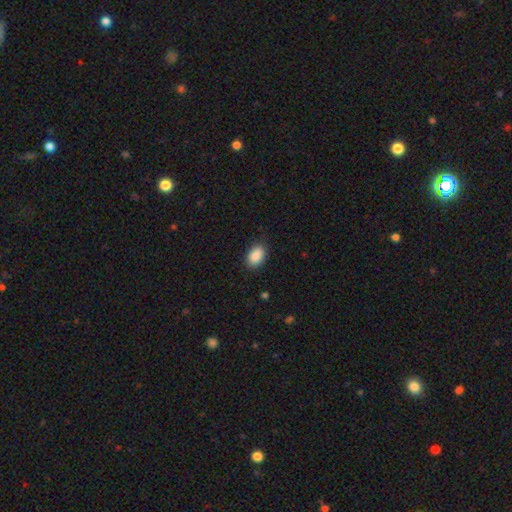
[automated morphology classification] type=smooth (89%); roundness=in between (88%); merging=none (85%).